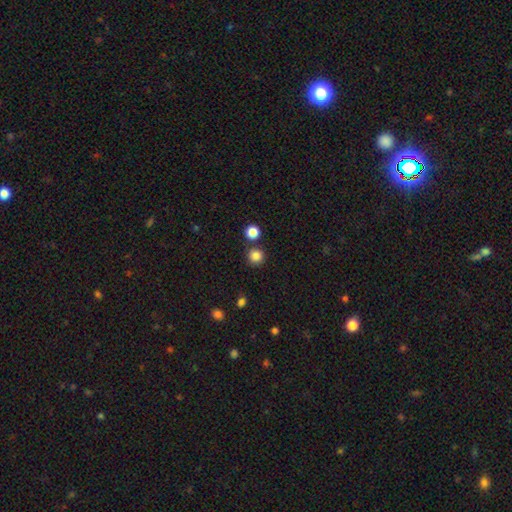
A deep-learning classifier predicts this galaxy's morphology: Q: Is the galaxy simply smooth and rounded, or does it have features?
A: smooth — 84%.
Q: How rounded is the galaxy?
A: round — 94%.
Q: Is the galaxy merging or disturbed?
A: none — 83%.